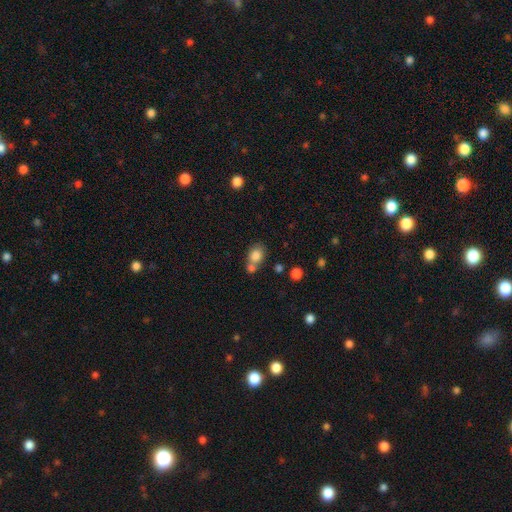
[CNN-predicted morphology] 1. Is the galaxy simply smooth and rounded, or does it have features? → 81% smooth, 10% star or artifact, 9% featured or disk.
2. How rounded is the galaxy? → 55% in between, 44% round, 1% cigar-shaped.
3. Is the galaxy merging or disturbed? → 46% none, 38% merger, 11% minor disturbance, 4% major disturbance.